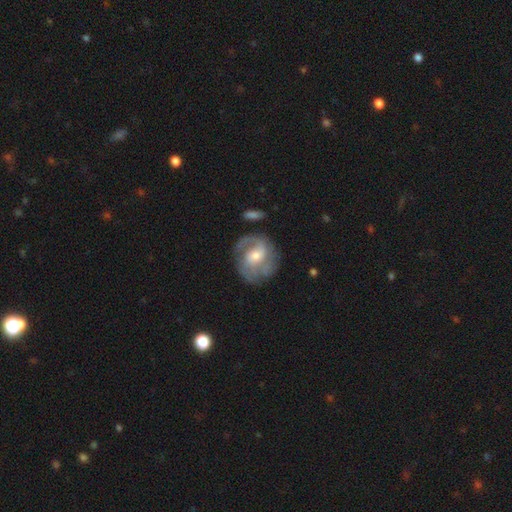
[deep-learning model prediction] Smooth or featured?
  - featured or disk: 79% *
  - smooth: 15%
  - star or artifact: 6%
Edge-on disk?
  - no: 98% *
  - yes: 2%
Bar?
  - no: 52% *
  - weak: 40%
  - strong: 9%
Spiral arms?
  - yes: 92% *
  - no: 8%
Spiral winding?
  - medium: 44% *
  - tight: 37%
  - loose: 19%
Spiral arm count?
  - 2: 51% *
  - can't tell: 20%
  - 3: 13%
  - 1: 9%
  - 4: 3%
  - more than 4: 3%
Bulge size?
  - moderate: 49% *
  - small: 44%
  - large: 5%
  - none: 2%
  - dominant: 1%
Merging?
  - none: 68% *
  - minor disturbance: 18%
  - major disturbance: 11%
  - merger: 3%